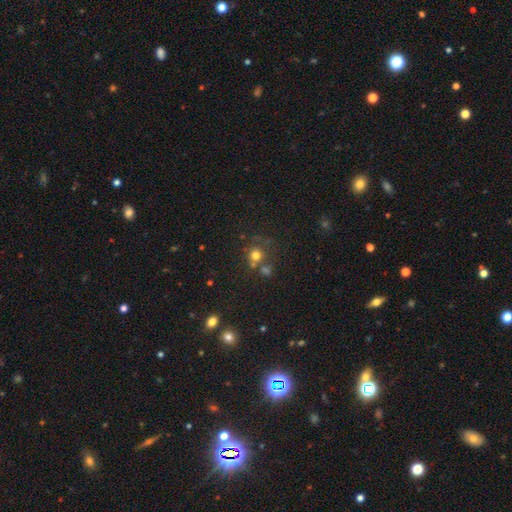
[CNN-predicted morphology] Smooth or featured? Predicted: smooth (p=0.70). How rounded? Predicted: round (p=0.89). Merging? Predicted: none (p=0.58).